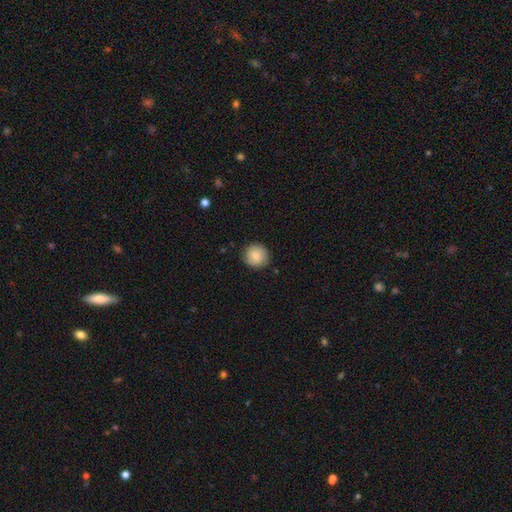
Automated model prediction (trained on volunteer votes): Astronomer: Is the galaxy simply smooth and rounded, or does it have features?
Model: smooth — 81%.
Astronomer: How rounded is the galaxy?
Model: round — 93%.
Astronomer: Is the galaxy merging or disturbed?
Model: none — 86%.